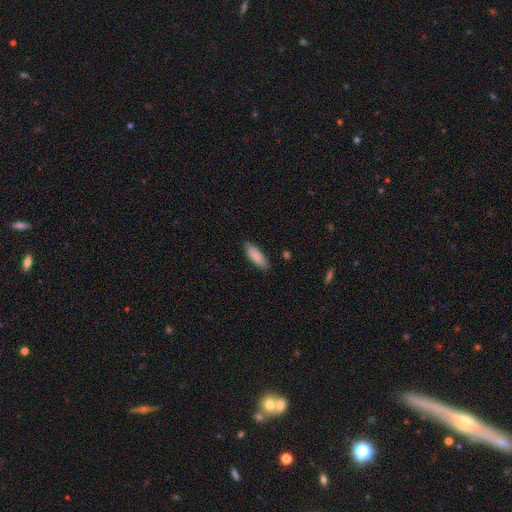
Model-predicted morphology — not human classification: Smooth or featured?
  - smooth: 86% *
  - featured or disk: 8%
  - star or artifact: 6%
How rounded?
  - in between: 59% *
  - cigar-shaped: 40%
  - round: 2%
Merging?
  - none: 86% *
  - minor disturbance: 11%
  - major disturbance: 2%
  - merger: 1%